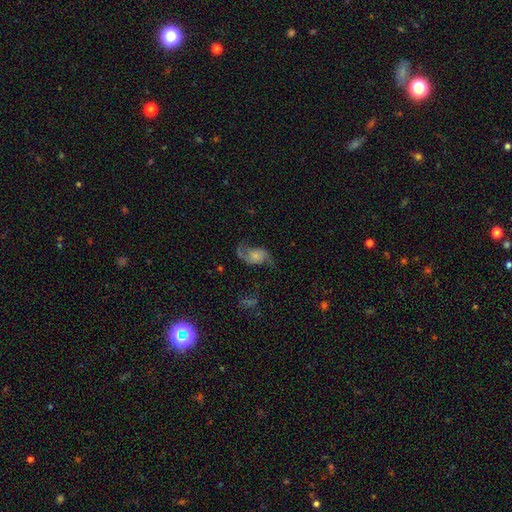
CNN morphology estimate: Overall: featured or disk (81%). Edge-on disk: no (97%). Bar: no (67%; weak 27%). Spiral arms: yes (94%). Spiral arm count: 2 (90%). Spiral winding: loose (67%; medium 27%). Bulge size: small (49%; moderate 31%). Merging: none (62%).